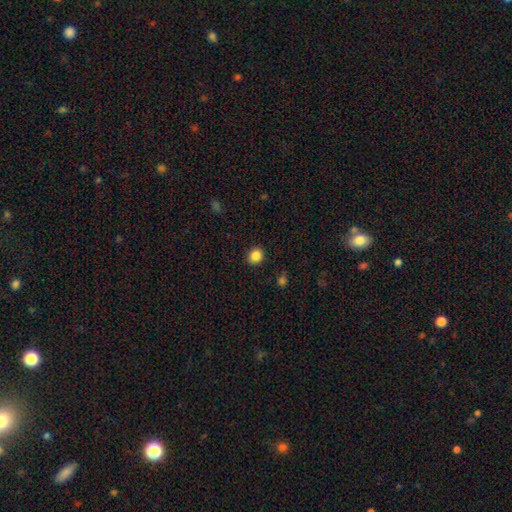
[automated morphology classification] Smooth or featured?
  - smooth: 86% *
  - star or artifact: 10%
  - featured or disk: 4%
How rounded?
  - round: 83% *
  - in between: 17%
  - cigar-shaped: 1%
Merging?
  - none: 91% *
  - minor disturbance: 6%
  - major disturbance: 2%
  - merger: 1%